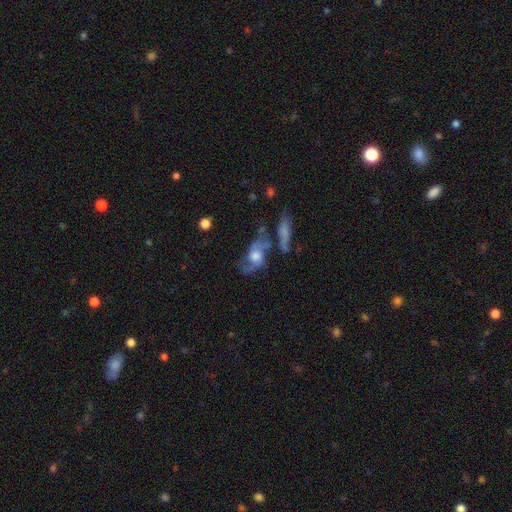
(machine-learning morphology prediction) smooth_or_featured: featured or disk (p=0.70) [alt: smooth p=0.21]
disk_edge_on: no (p=0.88) [alt: yes p=0.12]
bar: no (p=0.68) [alt: weak p=0.26]
has_spiral_arms: yes (p=0.84) [alt: no p=0.16]
spiral_winding: loose (p=0.48) [alt: medium p=0.39]
spiral_arm_count: 2 (p=0.81) [alt: can't tell p=0.10]
bulge_size: large (p=0.42) [alt: moderate p=0.39]
merging: none (p=0.44) [alt: minor disturbance p=0.19]